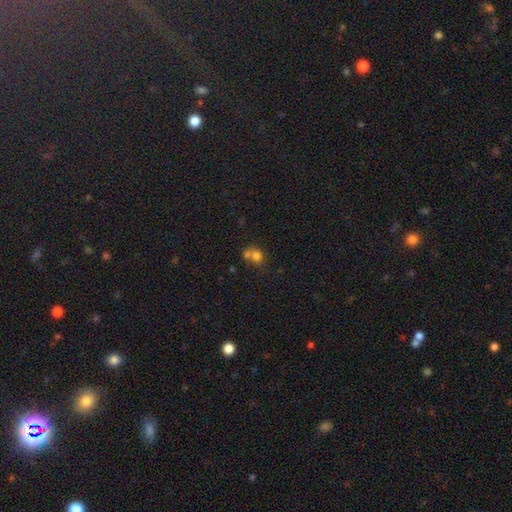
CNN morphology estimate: Smooth or featured: smooth — 73% (featured or disk — 14%)
How rounded: round — 72% (in between — 27%)
Merging: merger — 54% (none — 34%)